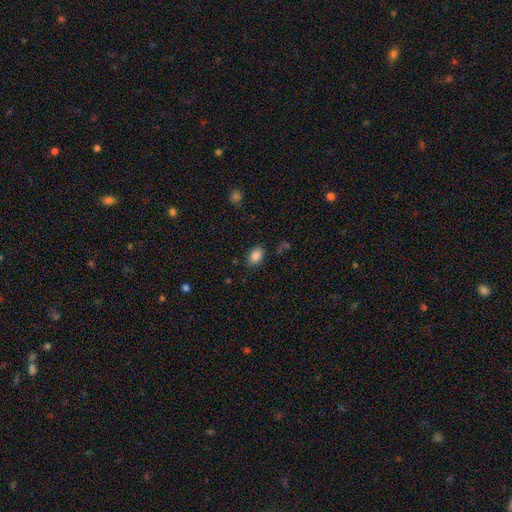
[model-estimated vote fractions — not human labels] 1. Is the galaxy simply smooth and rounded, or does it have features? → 87% smooth, 9% star or artifact, 4% featured or disk.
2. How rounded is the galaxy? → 83% in between, 16% round, 1% cigar-shaped.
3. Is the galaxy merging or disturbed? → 84% none, 11% minor disturbance, 3% major disturbance, 2% merger.